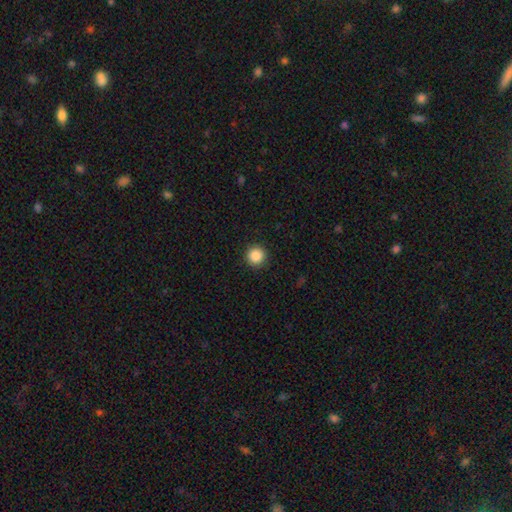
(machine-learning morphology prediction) A smooth galaxy with no disk features (87%) that is round (96%). Merging: none (93%).